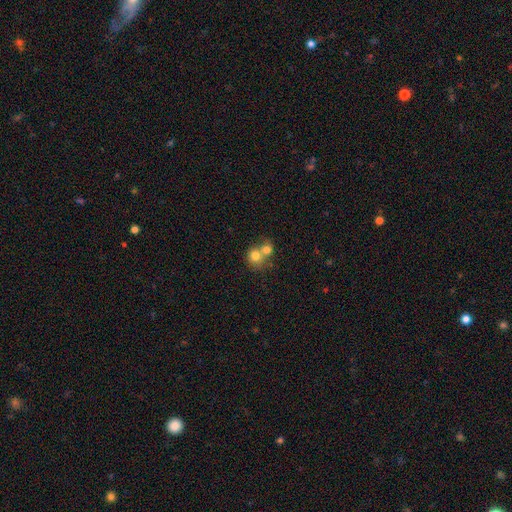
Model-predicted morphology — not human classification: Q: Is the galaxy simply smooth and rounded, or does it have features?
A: smooth — 75%.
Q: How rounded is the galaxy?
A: round — 80%.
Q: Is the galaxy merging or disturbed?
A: merger — 63%.